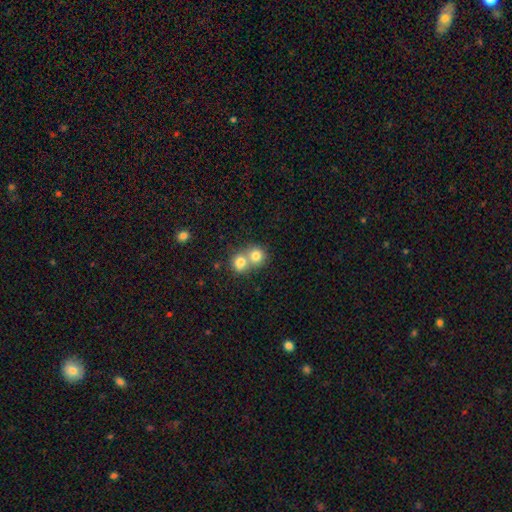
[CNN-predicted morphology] Overall: smooth (78%). How rounded: round (81%). Merging: merger (62%; none 31%).